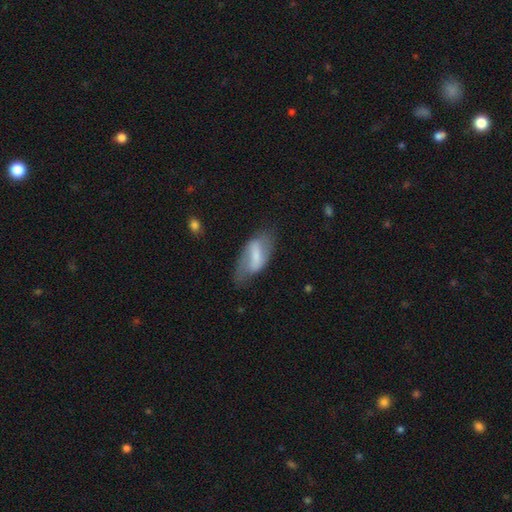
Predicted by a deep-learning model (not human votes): Smooth or featured?
  - featured or disk: 50% *
  - smooth: 43%
  - star or artifact: 7%
Merging?
  - none: 54% *
  - minor disturbance: 28%
  - major disturbance: 16%
  - merger: 2%